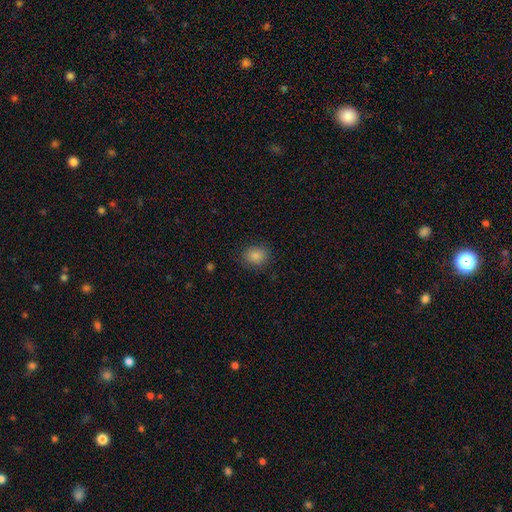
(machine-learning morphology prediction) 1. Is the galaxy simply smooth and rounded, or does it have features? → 85% smooth, 10% star or artifact, 5% featured or disk.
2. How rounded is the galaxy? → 54% round, 45% in between, 1% cigar-shaped.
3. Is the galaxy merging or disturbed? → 82% none, 13% minor disturbance, 4% major disturbance, 1% merger.